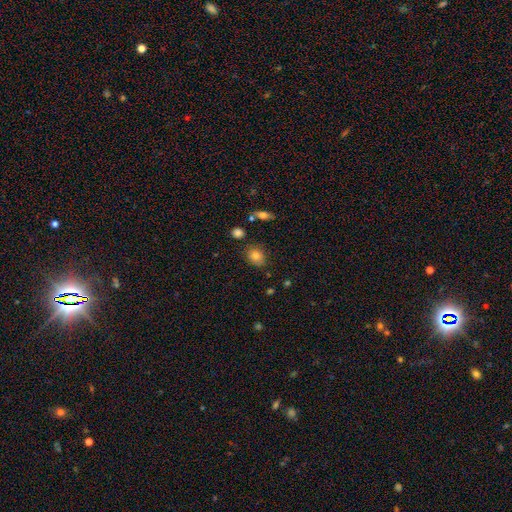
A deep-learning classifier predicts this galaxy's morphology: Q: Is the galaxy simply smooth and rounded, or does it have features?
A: smooth — 79%.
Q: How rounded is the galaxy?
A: round — 60%.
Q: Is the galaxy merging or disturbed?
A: none — 81%.